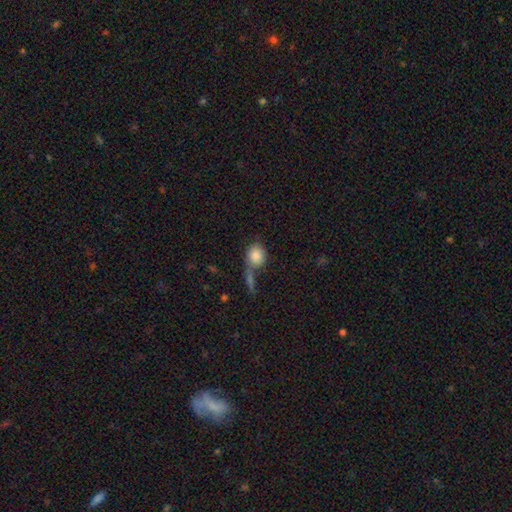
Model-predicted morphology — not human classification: Smooth or featured? smooth (84%)
How rounded? round (58%)
Merging? none (43%)